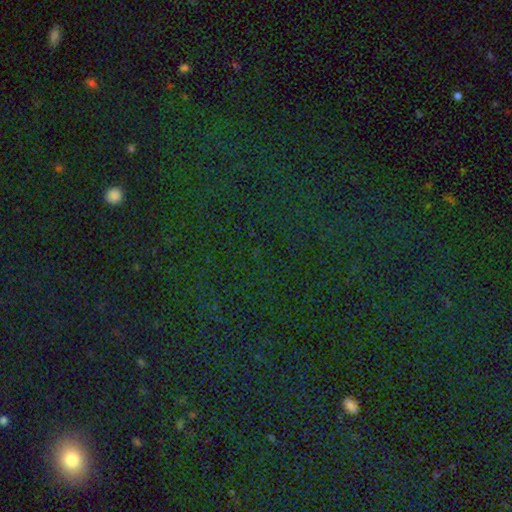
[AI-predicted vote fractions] Overall: star or artifact (79%).